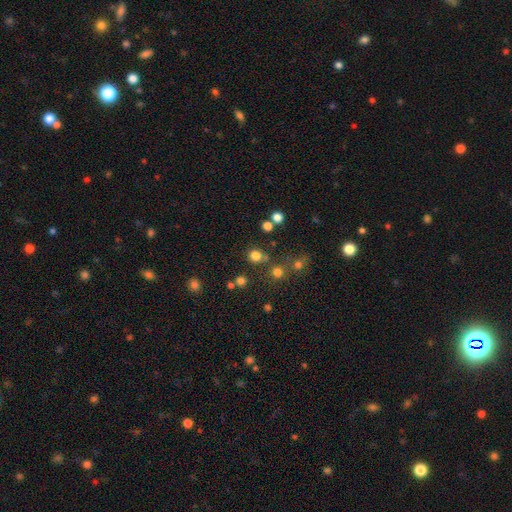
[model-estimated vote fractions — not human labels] The model was most divided on "smooth or featured": smooth: 77%, star or artifact: 18%, featured or disk: 5%. More confident: how rounded — round (89%); merging — none (76%).